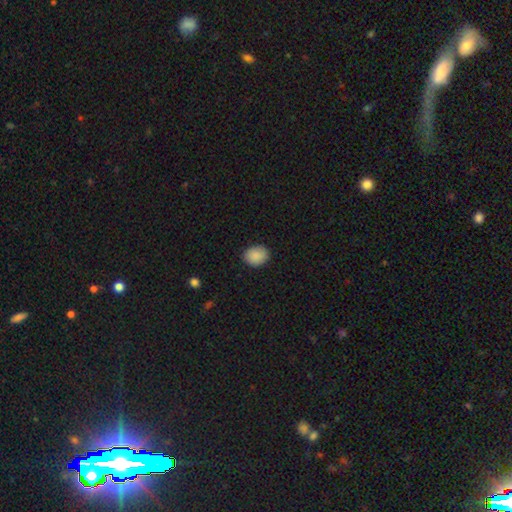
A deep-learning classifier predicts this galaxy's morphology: Overall: smooth (89%). How rounded: round (51%; in between 48%). Merging: none (88%).